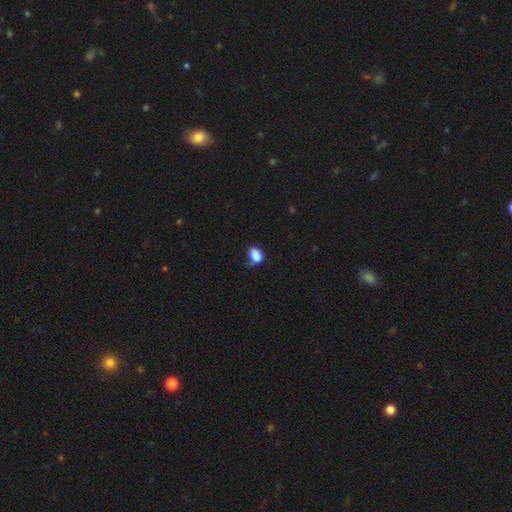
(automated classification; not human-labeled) Smooth or featured? smooth (85%)
How rounded? in between (75%)
Merging? none (41%)